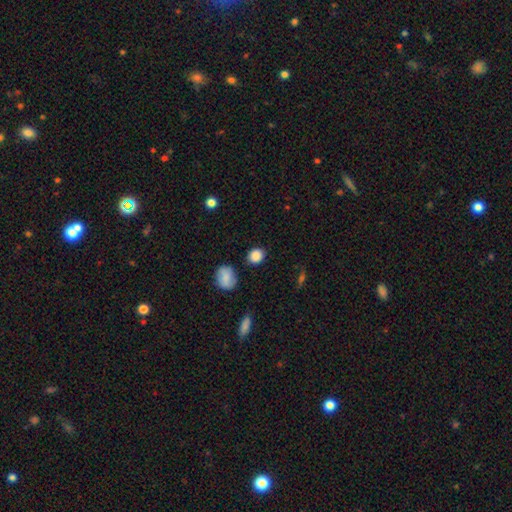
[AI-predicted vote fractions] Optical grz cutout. It shows a smooth galaxy with no disk features (87%) that is round (59%). Merging: none (83%).